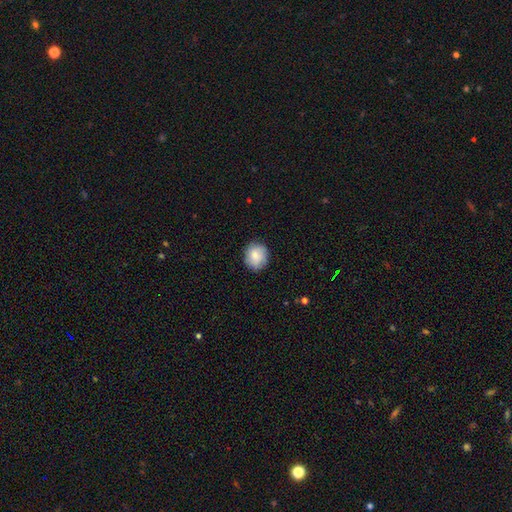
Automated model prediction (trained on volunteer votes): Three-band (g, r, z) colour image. It shows a smooth galaxy with no disk features (81%) that is round (83%). Merging: none (86%).